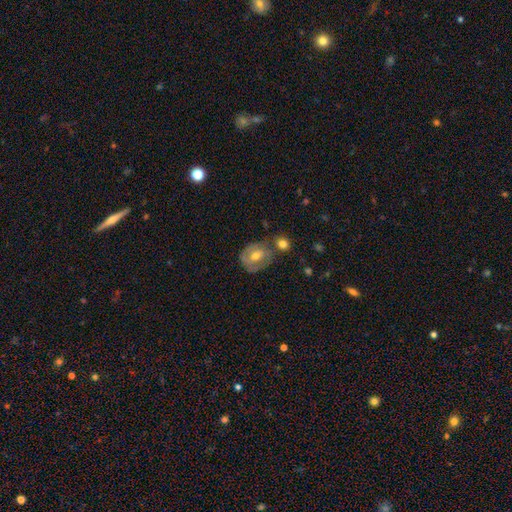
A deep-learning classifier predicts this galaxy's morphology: featured or disk 49%, smooth 43%, star or artifact 8%. Down the decision tree: merging — none (53%).